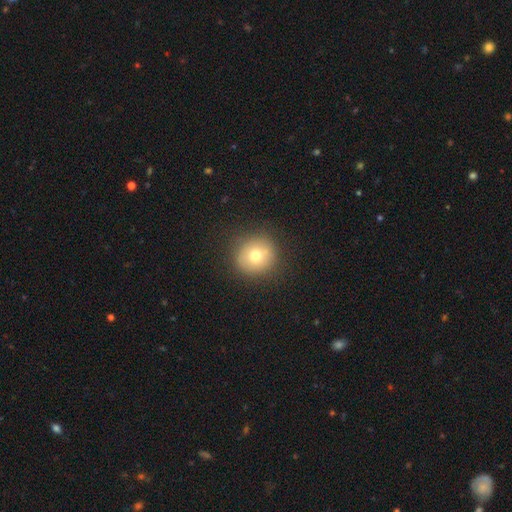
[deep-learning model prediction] Smooth or featured? smooth (71%)
How rounded? round (93%)
Merging? none (87%)